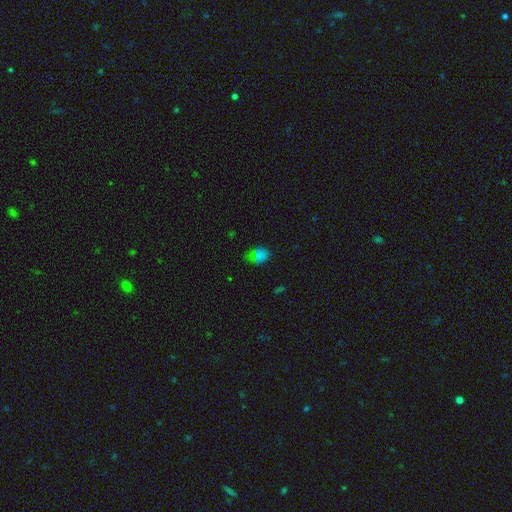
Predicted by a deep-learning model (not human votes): A smooth galaxy with no disk features (60%) that is in between round and cigar-shaped (61%).

Vote fractions:
- Smooth or featured? smooth: 60% / star or artifact: 32% / featured or disk: 8%
- How rounded? in between: 61% / round: 37% / cigar-shaped: 2%
- Merging? none: 59% / minor disturbance: 25% / major disturbance: 11% / merger: 5%